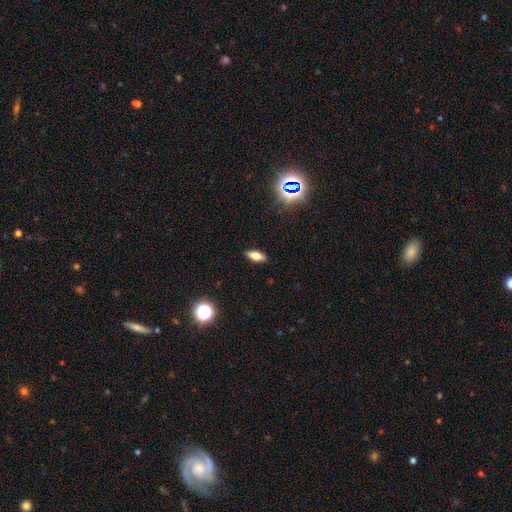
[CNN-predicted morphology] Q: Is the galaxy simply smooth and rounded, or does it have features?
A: smooth — 68%.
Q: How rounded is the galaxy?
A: in between — 75%.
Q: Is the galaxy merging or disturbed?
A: none — 89%.